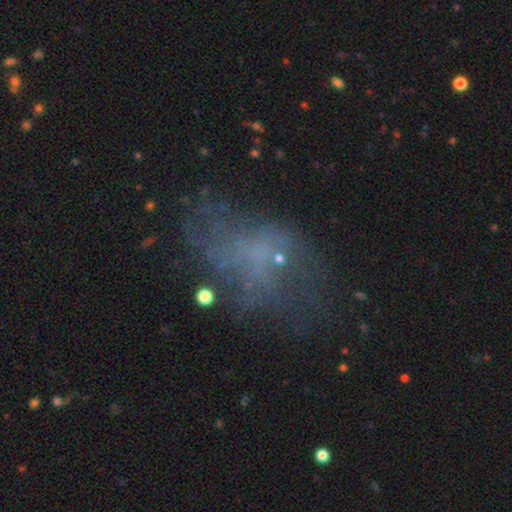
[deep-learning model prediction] A featured or disk galaxy (41%). Merging: none (43%).